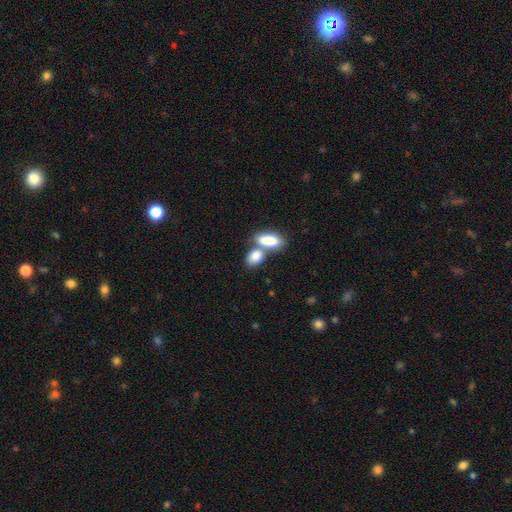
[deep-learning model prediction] Q: Smooth or featured?
A: smooth (84%); runner-up: featured or disk (10%)
Q: How rounded?
A: in between (84%); runner-up: round (10%)
Q: Merging?
A: merger (57%); runner-up: none (31%)